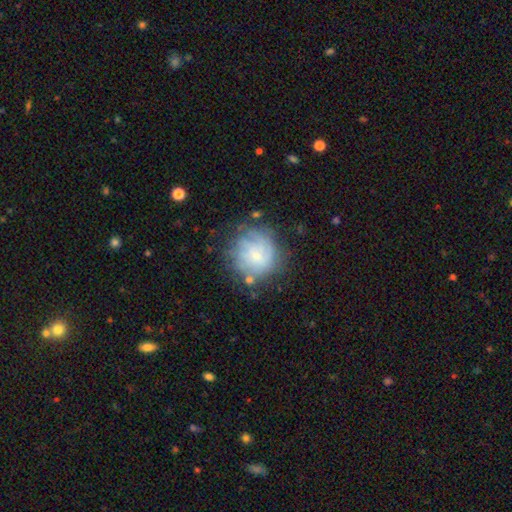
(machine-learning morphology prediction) This appears to be a featured or disk galaxy (54%) with no bar (77%), spiral arms (73%) and a small central bulge (72%). Merging: none (64%).